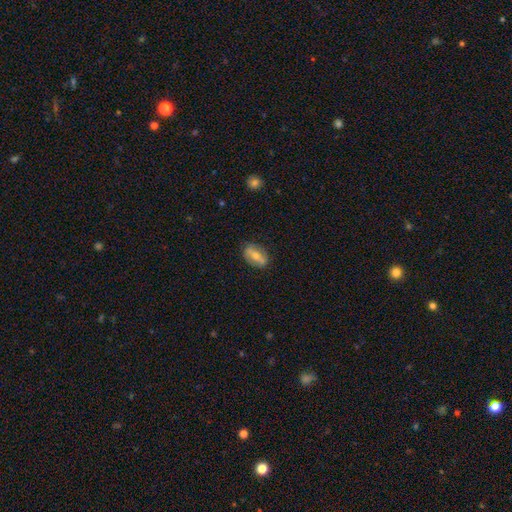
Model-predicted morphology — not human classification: Smooth or featured: featured or disk — 49% (smooth — 44%)
Merging: none — 83% (minor disturbance — 13%)